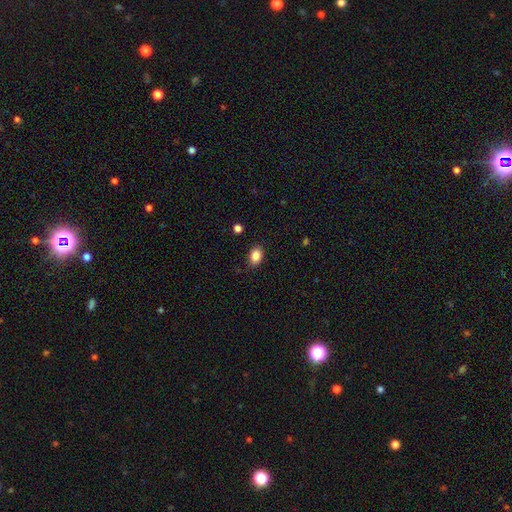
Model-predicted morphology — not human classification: Overall: smooth (86%). How rounded: in between (77%). Merging: none (86%).